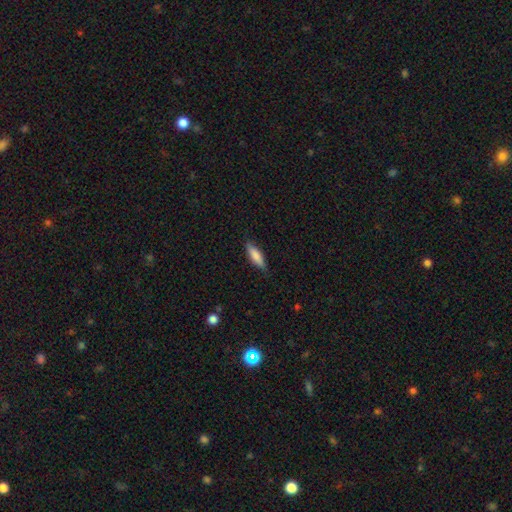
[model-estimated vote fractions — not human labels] A smooth galaxy with no disk features (79%) that is cigar-shaped (54%). Merging: none (82%).